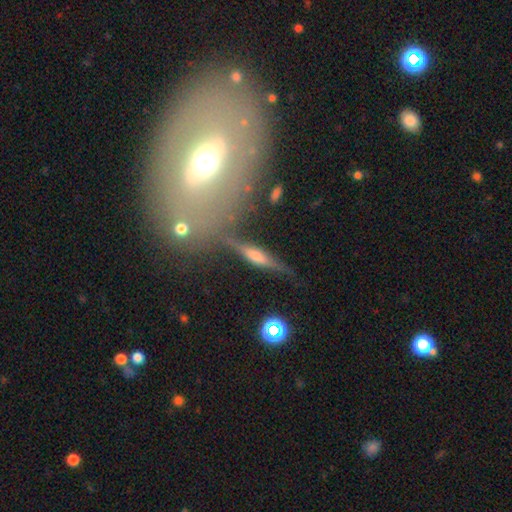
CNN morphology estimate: Smooth or featured? featured or disk (68%)
Edge-on disk? yes (89%)
Edge-on bulge? rounded (78%)
Merging? none (71%)